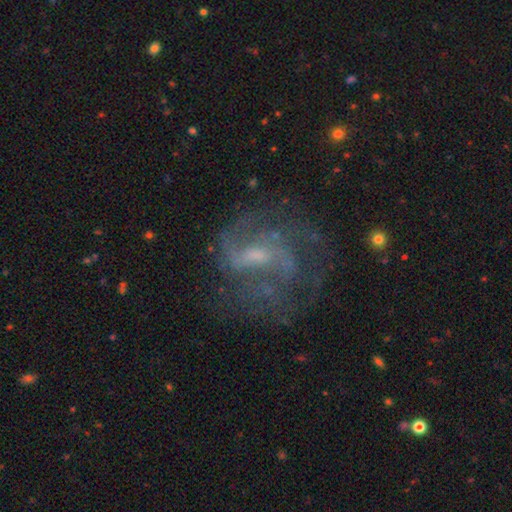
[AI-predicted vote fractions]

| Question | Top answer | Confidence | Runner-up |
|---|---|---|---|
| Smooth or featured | featured or disk | 81% | smooth (10%) |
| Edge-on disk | no | 97% | yes (3%) |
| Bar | weak | 54% | no (28%) |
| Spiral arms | yes | 86% | no (14%) |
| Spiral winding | medium | 47% | loose (30%) |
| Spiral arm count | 2 | 43% | can't tell (26%) |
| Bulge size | small | 49% | moderate (32%) |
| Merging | none | 57% | major disturbance (23%) |